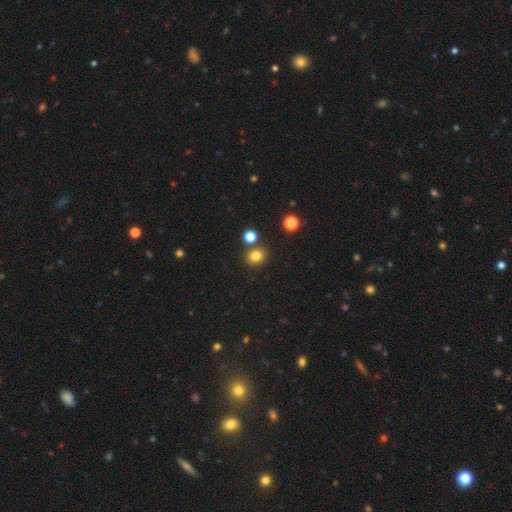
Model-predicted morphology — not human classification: Smooth or featured? Predicted: smooth (p=0.81). How rounded? Predicted: round (p=0.77). Merging? Predicted: none (p=0.78).